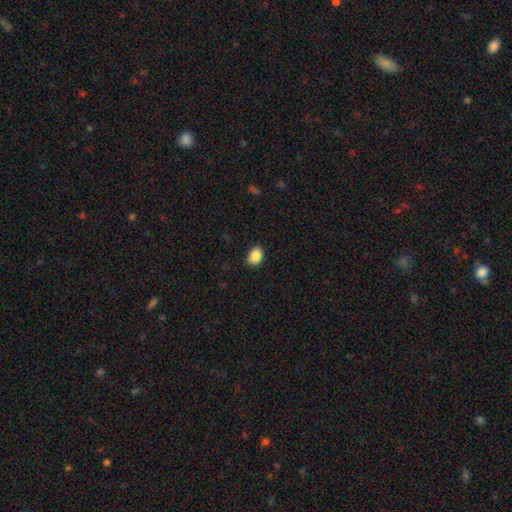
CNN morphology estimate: Smooth or featured?
  - smooth: 88% *
  - star or artifact: 8%
  - featured or disk: 4%
How rounded?
  - in between: 72% *
  - round: 27%
  - cigar-shaped: 1%
Merging?
  - none: 85% *
  - minor disturbance: 12%
  - major disturbance: 2%
  - merger: 1%